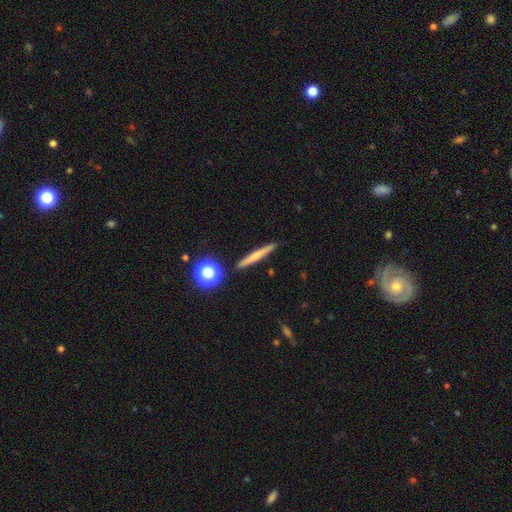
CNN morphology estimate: smooth 55%, featured or disk 36%, star or artifact 9%. Down the decision tree: how rounded — cigar-shaped (94%); merging — none (90%).